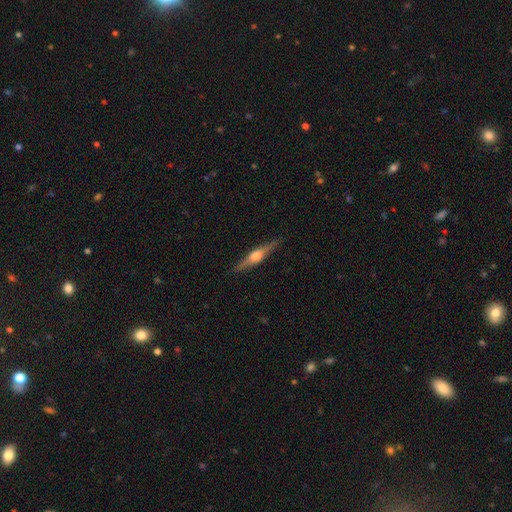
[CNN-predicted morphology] This is likely a featured or disk galaxy (75%). It is clearly viewed edge-on (98%). Edge-on bulge: clearly rounded (90%). Merging: clearly none (90%).